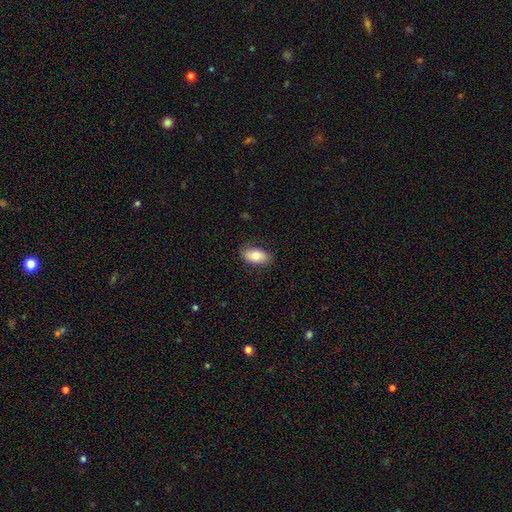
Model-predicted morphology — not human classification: Overall: smooth (78%). How rounded: in between (92%). Merging: none (85%).